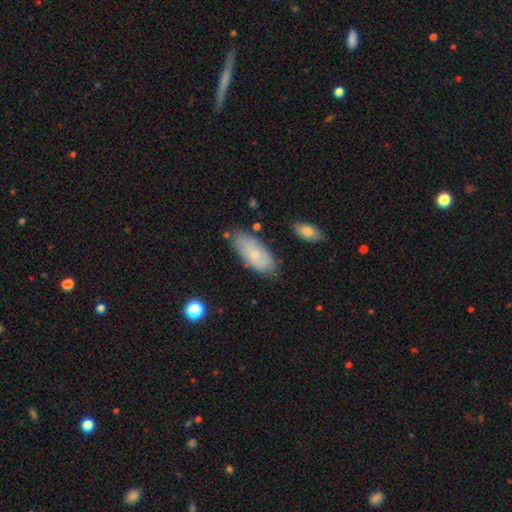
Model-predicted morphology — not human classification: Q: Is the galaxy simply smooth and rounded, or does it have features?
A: smooth — 74%.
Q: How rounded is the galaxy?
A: in between — 86%.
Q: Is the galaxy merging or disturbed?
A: none — 73%.